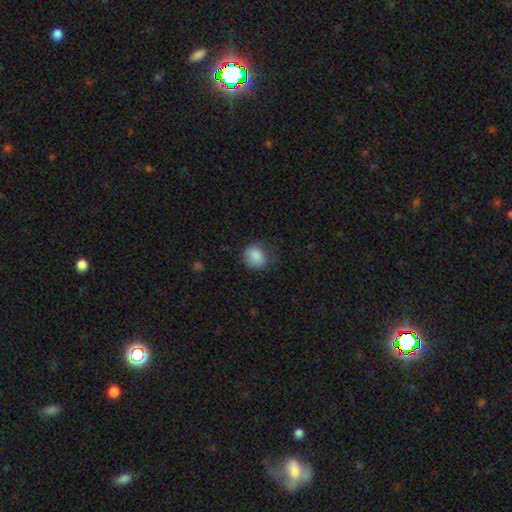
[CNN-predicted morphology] Smooth or featured?
  - smooth: 86% *
  - star or artifact: 8%
  - featured or disk: 6%
How rounded?
  - round: 65% *
  - in between: 34%
  - cigar-shaped: 1%
Merging?
  - none: 61% *
  - minor disturbance: 26%
  - major disturbance: 12%
  - merger: 1%